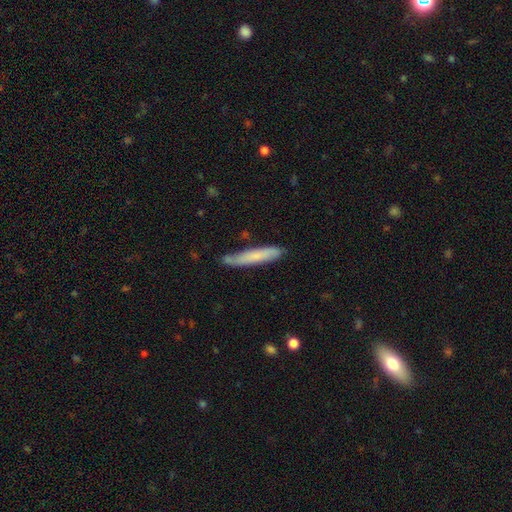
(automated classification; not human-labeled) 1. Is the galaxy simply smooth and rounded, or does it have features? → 67% smooth, 27% featured or disk, 6% star or artifact.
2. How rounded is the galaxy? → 93% cigar-shaped, 6% in between, 1% round.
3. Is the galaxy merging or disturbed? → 76% none, 18% minor disturbance, 3% major disturbance, 3% merger.